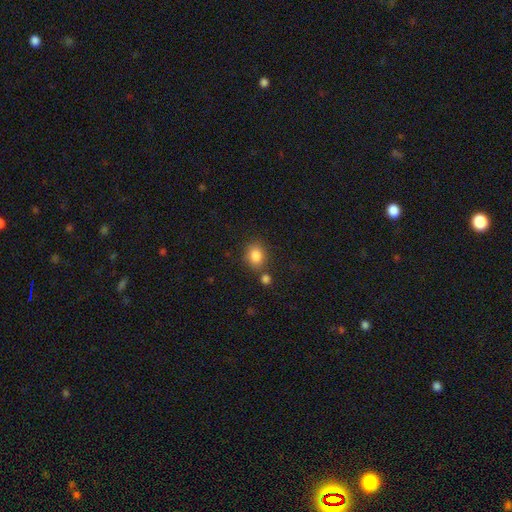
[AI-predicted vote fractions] smooth 84%, star or artifact 10%, featured or disk 6%. Down the decision tree: how rounded — round (54%); merging — none (70%).